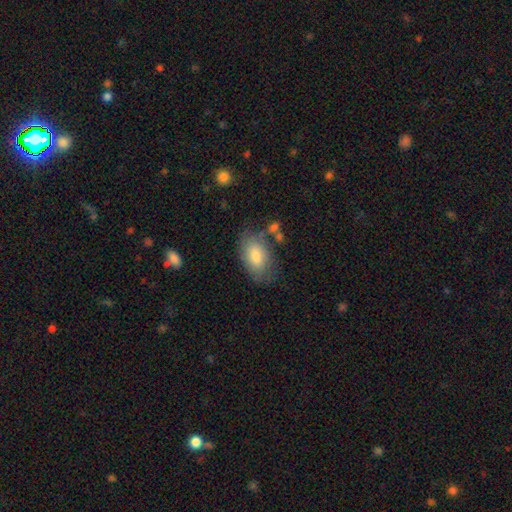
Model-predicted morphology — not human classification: smooth 77%, featured or disk 16%, star or artifact 7%. Down the decision tree: how rounded — in between (92%); merging — none (67%).